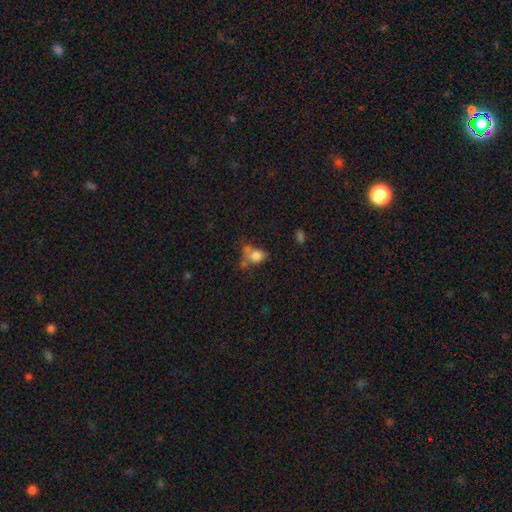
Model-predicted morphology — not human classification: Smooth or featured: smooth — 76% (featured or disk — 13%)
How rounded: in between — 57% (round — 41%)
Merging: none — 35% (merger — 28%)